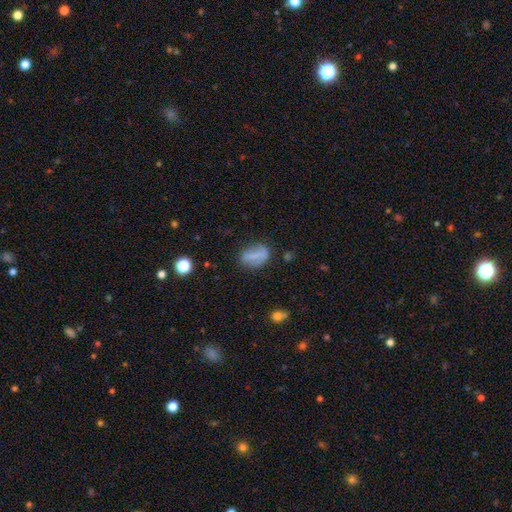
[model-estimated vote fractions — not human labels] smooth_or_featured: smooth (p=0.60) [alt: featured or disk p=0.30]
how_rounded: in between (p=0.75) [alt: round p=0.17]
merging: none (p=0.72) [alt: minor disturbance p=0.18]